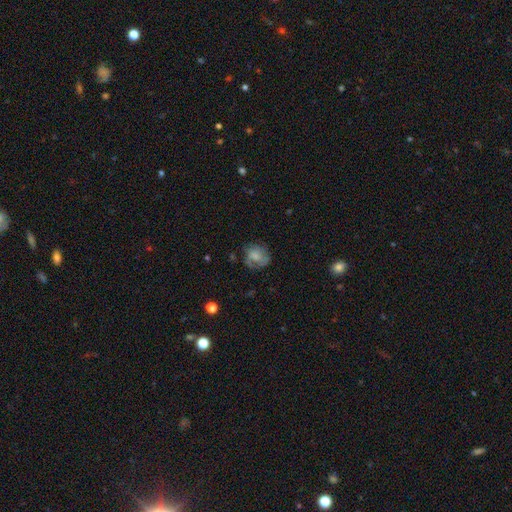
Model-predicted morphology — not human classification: A smooth galaxy with no disk features (51%) that is round (69%). Merging: none (55%).